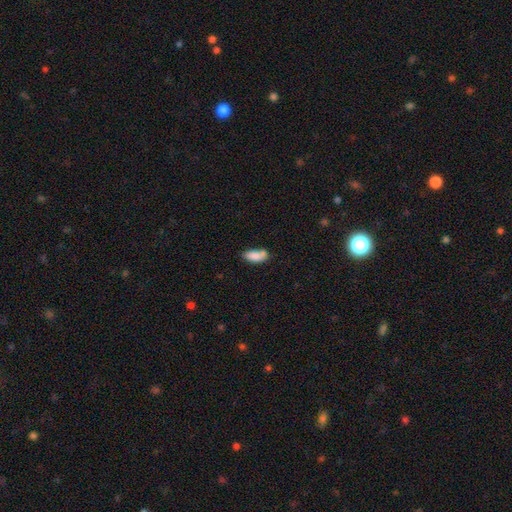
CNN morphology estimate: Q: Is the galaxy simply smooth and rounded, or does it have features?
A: smooth — 83%.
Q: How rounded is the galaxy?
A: in between — 85%.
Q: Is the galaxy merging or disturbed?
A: none — 51%.